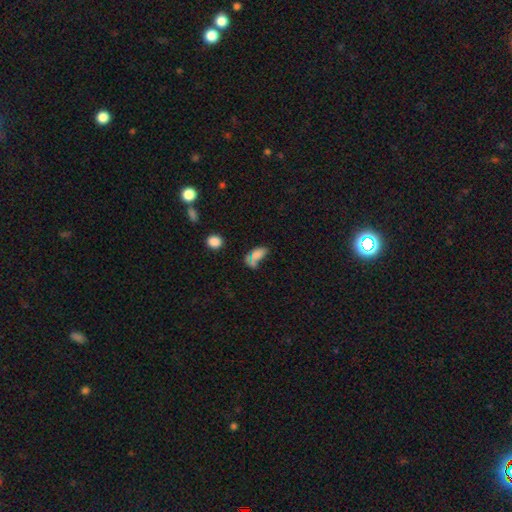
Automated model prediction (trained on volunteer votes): Morphology: type=smooth (72%); roundness=in between (84%); merging=none (37%).